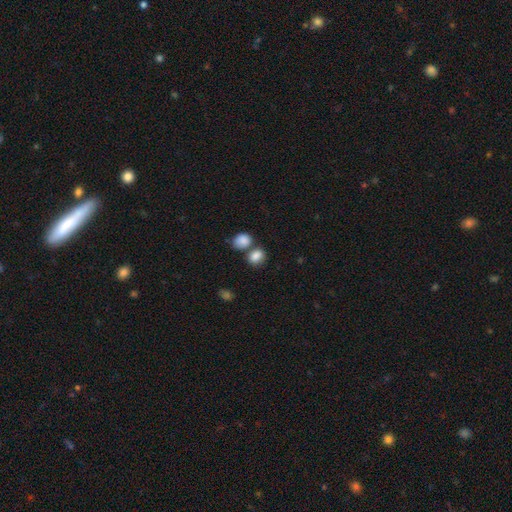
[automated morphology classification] Smooth or featured: smooth — 85% (star or artifact — 9%)
How rounded: in between — 53% (round — 46%)
Merging: none — 46% (merger — 39%)